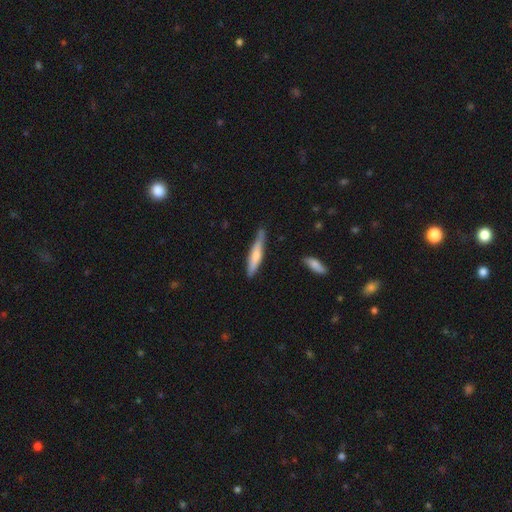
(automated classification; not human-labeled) Smooth or featured?
  - smooth: 60% *
  - featured or disk: 35%
  - star or artifact: 5%
How rounded?
  - cigar-shaped: 88% *
  - in between: 10%
  - round: 1%
Merging?
  - none: 71% *
  - minor disturbance: 22%
  - major disturbance: 4%
  - merger: 3%